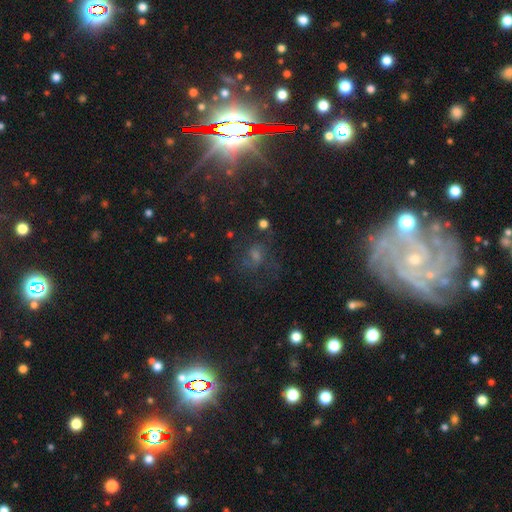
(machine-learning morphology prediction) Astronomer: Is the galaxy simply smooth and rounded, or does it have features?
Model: featured or disk — 37% (runner-up: star or artifact, 34%).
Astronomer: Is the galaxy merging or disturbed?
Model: none — 55%.